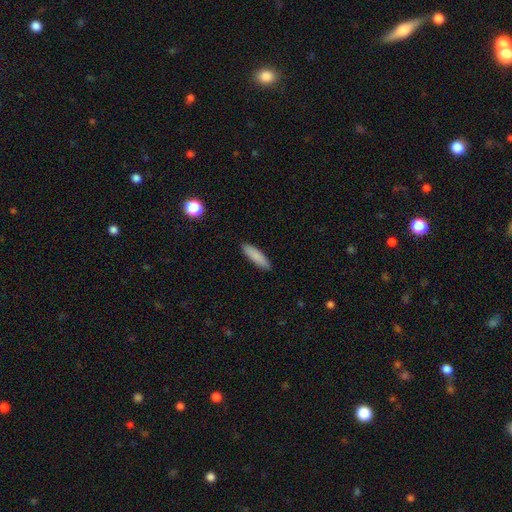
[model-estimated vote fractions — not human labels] Q: Smooth or featured?
A: smooth (87%); runner-up: featured or disk (7%)
Q: How rounded?
A: cigar-shaped (64%); runner-up: in between (34%)
Q: Merging?
A: none (90%); runner-up: minor disturbance (8%)